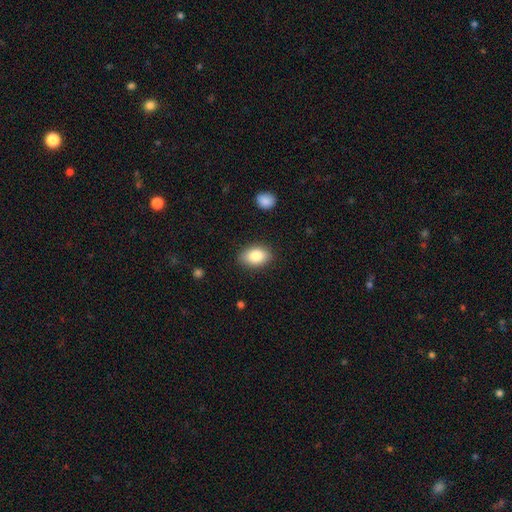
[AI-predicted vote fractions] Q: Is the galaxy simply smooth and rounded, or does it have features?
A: smooth — 84%.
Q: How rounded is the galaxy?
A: in between — 88%.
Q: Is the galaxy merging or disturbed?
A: none — 85%.